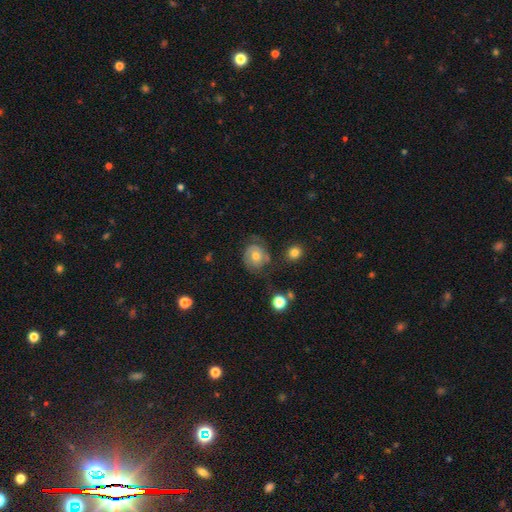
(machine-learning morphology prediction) Smooth or featured? Predicted: featured or disk (p=0.47). Merging? Predicted: none (p=0.52).